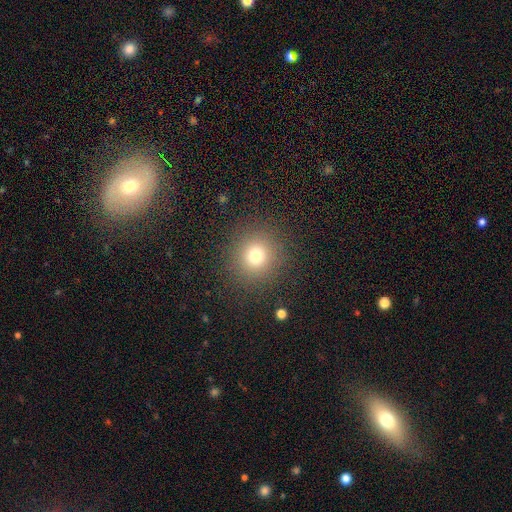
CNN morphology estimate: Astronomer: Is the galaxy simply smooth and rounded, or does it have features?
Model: smooth — 73%.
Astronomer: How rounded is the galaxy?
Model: round — 91%.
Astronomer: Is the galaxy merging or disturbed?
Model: none — 89%.